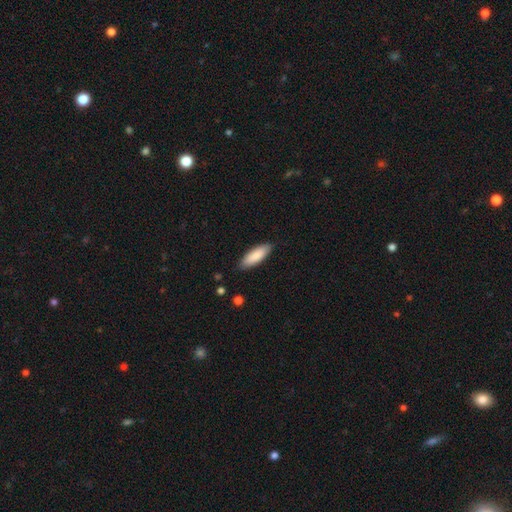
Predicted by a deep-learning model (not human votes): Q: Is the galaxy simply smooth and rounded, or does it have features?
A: smooth — 87%.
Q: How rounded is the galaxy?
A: in between — 59%.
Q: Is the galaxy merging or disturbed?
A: none — 87%.